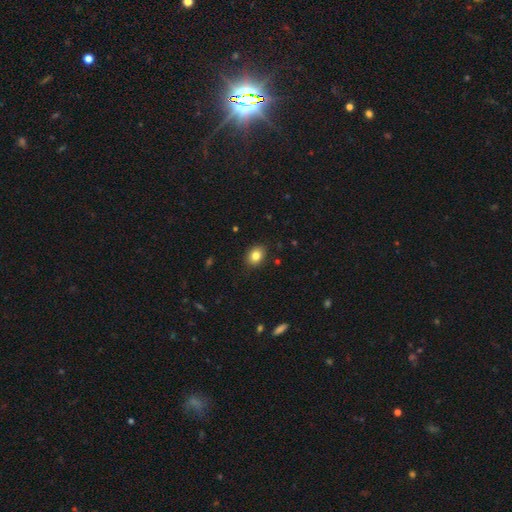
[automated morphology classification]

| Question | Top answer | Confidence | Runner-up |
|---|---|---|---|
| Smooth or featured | smooth | 83% | star or artifact (10%) |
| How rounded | in between | 63% | round (36%) |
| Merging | none | 89% | minor disturbance (8%) |